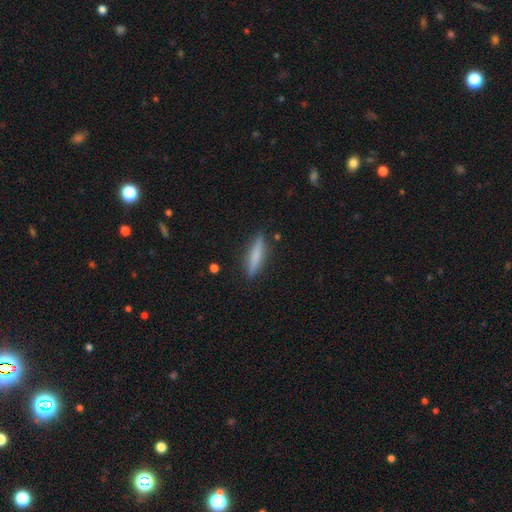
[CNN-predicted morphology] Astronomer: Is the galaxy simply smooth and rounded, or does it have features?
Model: smooth — 68%.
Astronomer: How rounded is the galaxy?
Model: cigar-shaped — 85%.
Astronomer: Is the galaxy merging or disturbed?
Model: none — 87%.